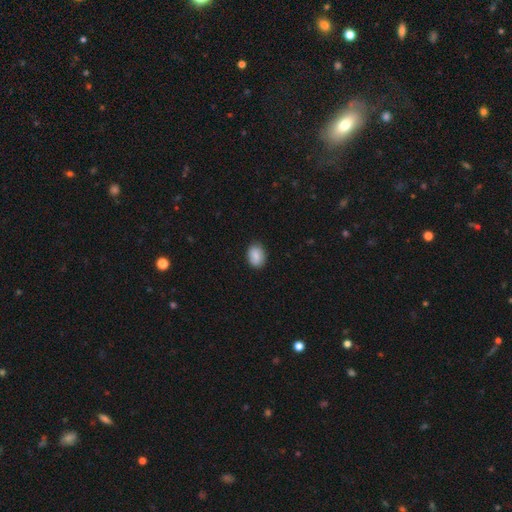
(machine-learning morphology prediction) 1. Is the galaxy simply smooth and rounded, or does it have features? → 85% smooth, 8% featured or disk, 7% star or artifact.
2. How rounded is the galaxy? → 70% in between, 29% round, 1% cigar-shaped.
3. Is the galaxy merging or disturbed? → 85% none, 12% minor disturbance, 2% major disturbance, 1% merger.